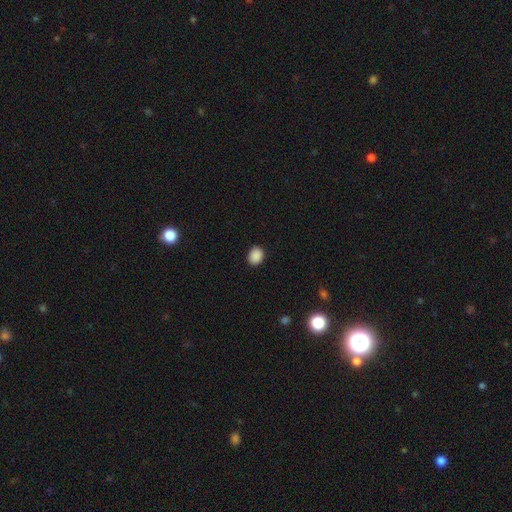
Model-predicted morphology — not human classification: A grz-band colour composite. It shows a smooth galaxy with no disk features (89%) that is round (53%). Merging: none (89%).